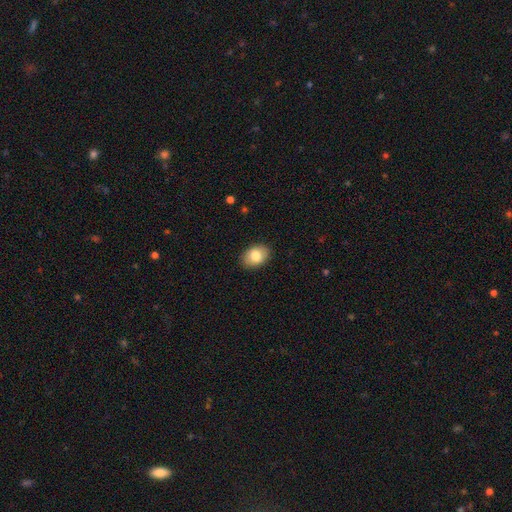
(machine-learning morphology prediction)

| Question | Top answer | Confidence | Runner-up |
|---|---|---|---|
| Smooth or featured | smooth | 82% | featured or disk (10%) |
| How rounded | in between | 79% | round (20%) |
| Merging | none | 88% | minor disturbance (9%) |